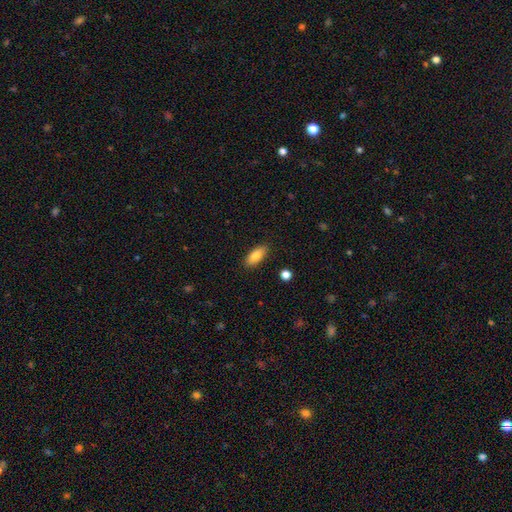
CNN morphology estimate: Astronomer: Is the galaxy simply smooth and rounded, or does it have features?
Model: smooth — 81%.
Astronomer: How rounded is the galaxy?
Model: in between — 81%.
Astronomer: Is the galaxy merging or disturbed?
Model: none — 87%.